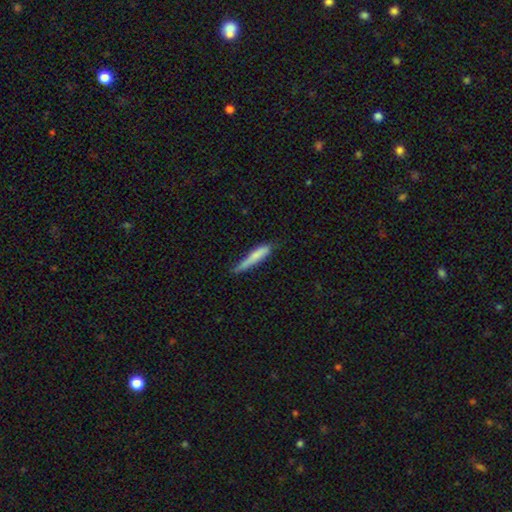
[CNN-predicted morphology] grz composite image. It shows a smooth galaxy with no disk features (74%) that is cigar-shaped (89%). Merging: none (54%).